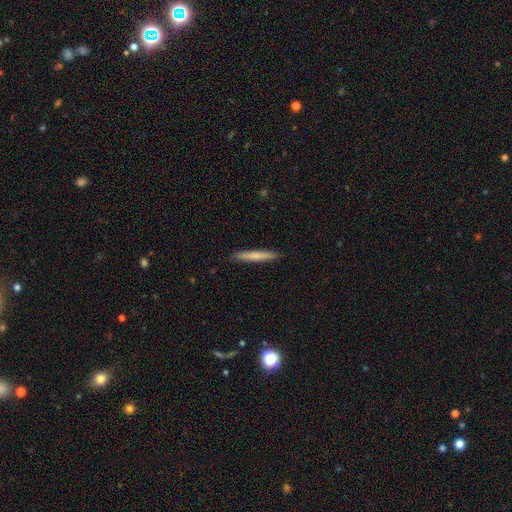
Q: Smooth or featured?
A: smooth (55%); runner-up: featured or disk (35%)
Q: How rounded?
A: cigar-shaped (91%); runner-up: in between (9%)
Q: Merging?
A: none (97%); runner-up: minor disturbance (3%)